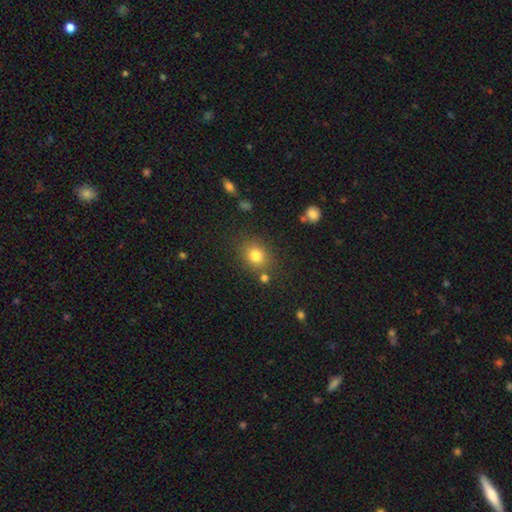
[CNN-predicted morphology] Q: Smooth or featured?
A: smooth (79%); runner-up: star or artifact (13%)
Q: How rounded?
A: round (65%); runner-up: in between (34%)
Q: Merging?
A: none (78%); runner-up: minor disturbance (11%)